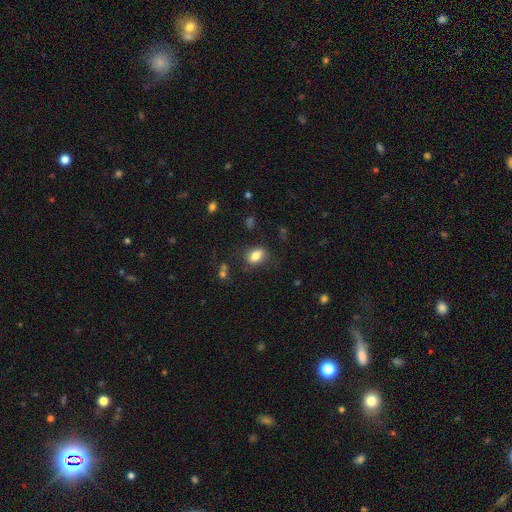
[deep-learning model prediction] Smooth or featured? Predicted: smooth (p=0.81). How rounded? Predicted: in between (p=0.81). Merging? Predicted: none (p=0.78).